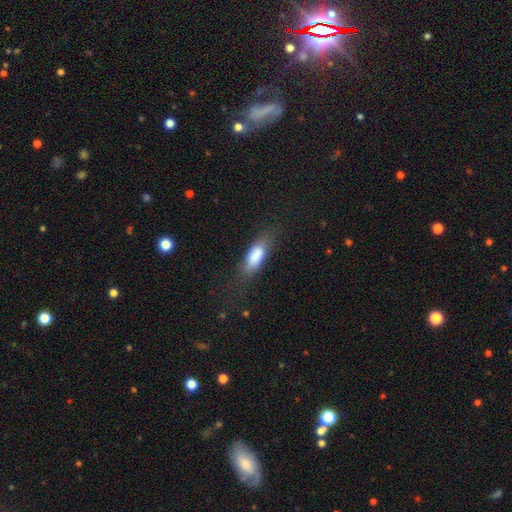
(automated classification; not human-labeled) The model was most divided on "how rounded": in between: 69%, cigar-shaped: 29%, round: 2%. More confident: smooth or featured — smooth (82%); merging — none (70%).